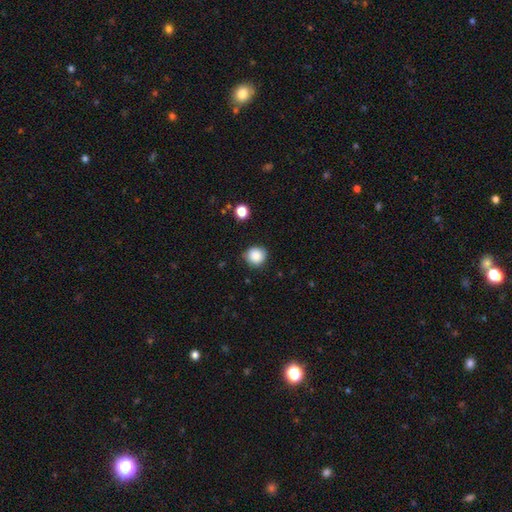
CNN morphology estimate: A smooth galaxy with no disk features (85%) that is round (91%). Merging: none (81%).